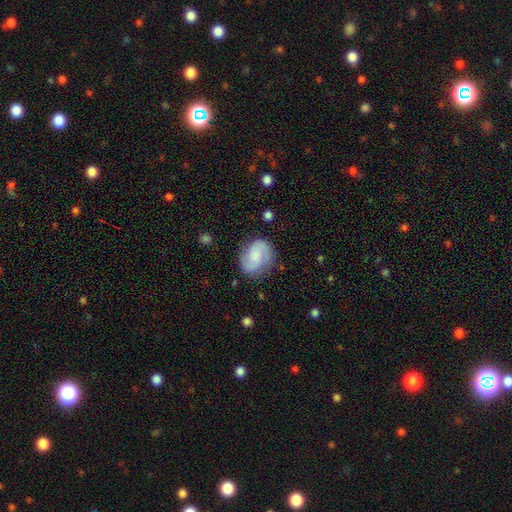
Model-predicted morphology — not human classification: Overall: featured or disk (60%; smooth 32%). Edge-on disk: no (98%). Bar: no (54%; weak 39%). Spiral arms: yes (93%). Spiral arm count: 2 (88%). Spiral winding: medium (49%; tight 27%). Bulge size: none (33%; small 30%). Merging: none (75%).